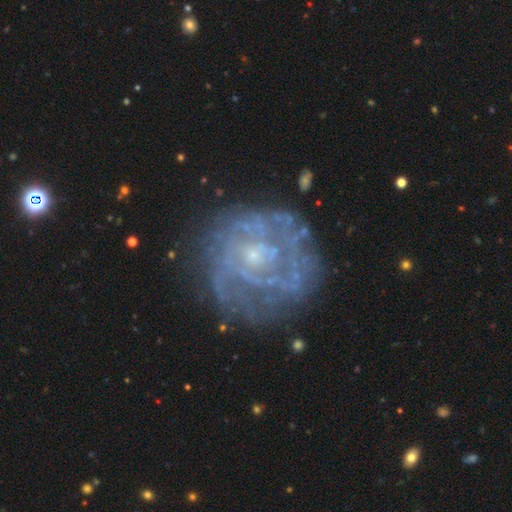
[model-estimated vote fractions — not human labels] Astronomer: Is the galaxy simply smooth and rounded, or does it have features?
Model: featured or disk — 83%.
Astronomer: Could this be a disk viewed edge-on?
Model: no — 98%.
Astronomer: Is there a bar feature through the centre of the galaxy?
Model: no — 75%.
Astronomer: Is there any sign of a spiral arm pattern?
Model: yes — 87%.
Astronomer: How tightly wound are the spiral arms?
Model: tight — 67%.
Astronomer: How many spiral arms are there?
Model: can't tell — 43%.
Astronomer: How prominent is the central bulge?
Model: small — 73%.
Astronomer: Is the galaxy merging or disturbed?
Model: none — 72%.